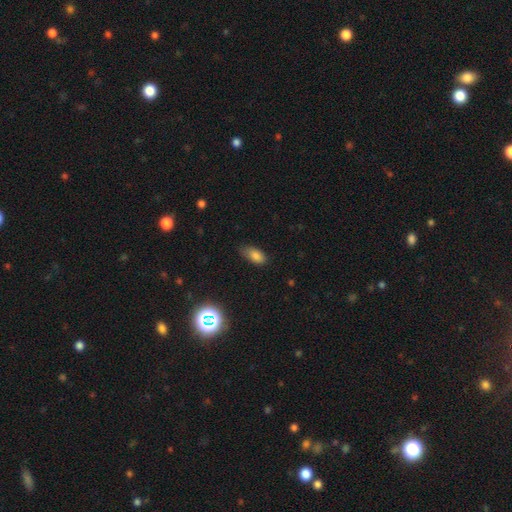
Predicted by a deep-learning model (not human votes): A smooth galaxy with no disk features (81%) that is in between round and cigar-shaped (89%).

Vote fractions:
- Smooth or featured? smooth: 81% / star or artifact: 12% / featured or disk: 7%
- How rounded? in between: 89% / cigar-shaped: 6% / round: 5%
- Merging? none: 66% / minor disturbance: 27% / major disturbance: 5% / merger: 1%